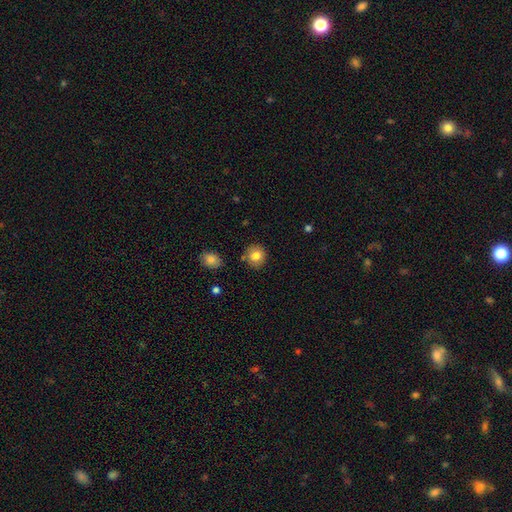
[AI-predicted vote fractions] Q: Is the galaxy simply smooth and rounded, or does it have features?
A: smooth — 82%.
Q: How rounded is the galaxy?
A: round — 87%.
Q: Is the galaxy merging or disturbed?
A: none — 83%.